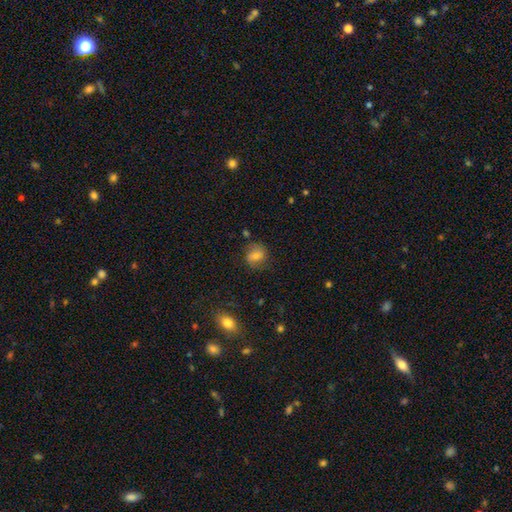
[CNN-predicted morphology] Smooth or featured? smooth (64%)
How rounded? round (63%)
Merging? none (72%)